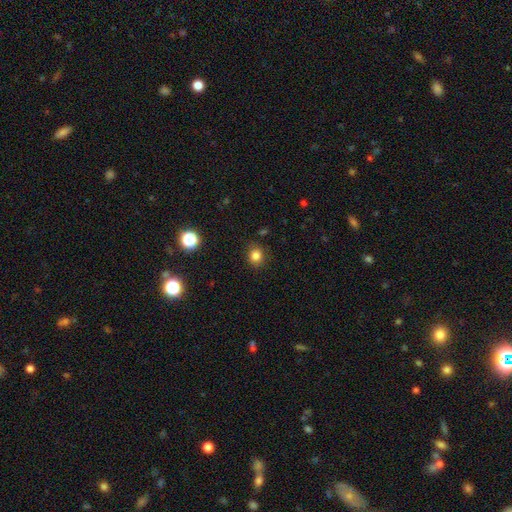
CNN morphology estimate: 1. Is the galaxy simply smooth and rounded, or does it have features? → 82% smooth, 13% star or artifact, 5% featured or disk.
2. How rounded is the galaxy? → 80% round, 19% in between, 1% cigar-shaped.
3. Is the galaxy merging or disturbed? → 86% none, 10% minor disturbance, 3% major disturbance, 1% merger.